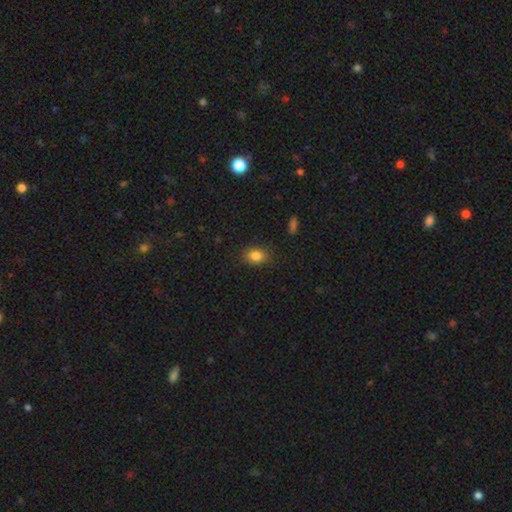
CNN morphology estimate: Smooth or featured: smooth — 84% (star or artifact — 10%)
How rounded: in between — 65% (round — 33%)
Merging: none — 85% (minor disturbance — 11%)